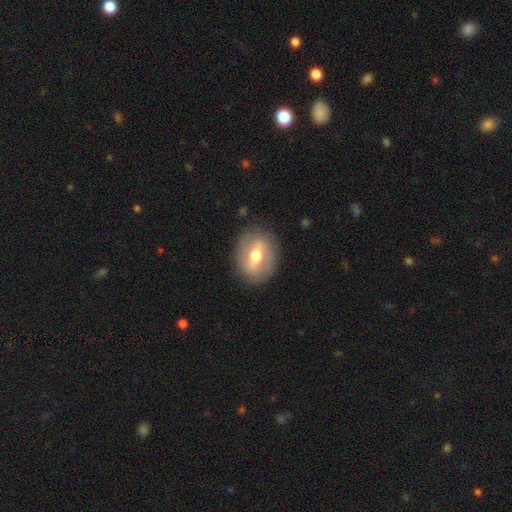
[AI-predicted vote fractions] A featured or disk galaxy (55%).

Vote fractions:
- Smooth or featured? featured or disk: 55% / smooth: 38% / star or artifact: 7%
- Edge-on disk? no: 80% / yes: 20%
- Merging? none: 84% / minor disturbance: 11% / major disturbance: 4% / merger: 1%